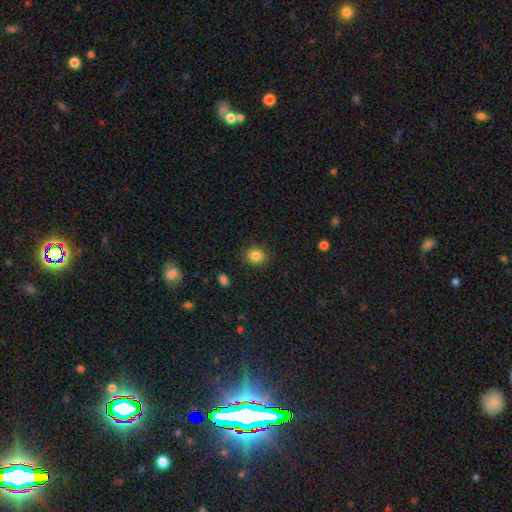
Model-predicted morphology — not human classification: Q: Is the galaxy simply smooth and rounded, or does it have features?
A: smooth — 85%.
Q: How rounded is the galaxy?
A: round — 67%.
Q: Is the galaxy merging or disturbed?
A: none — 89%.